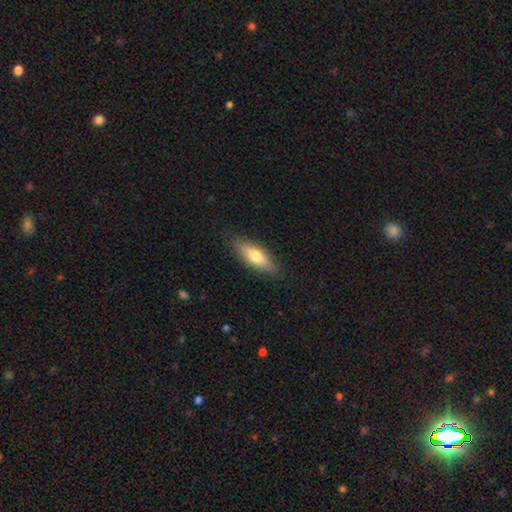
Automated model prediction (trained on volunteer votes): Q: Smooth or featured?
A: smooth (69%); runner-up: featured or disk (25%)
Q: How rounded?
A: in between (57%); runner-up: cigar-shaped (41%)
Q: Merging?
A: none (86%); runner-up: minor disturbance (10%)